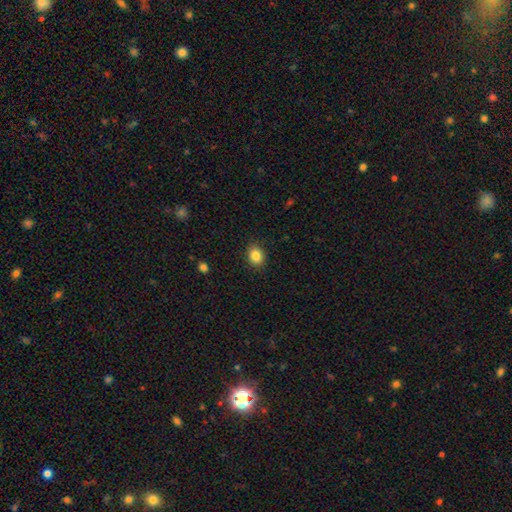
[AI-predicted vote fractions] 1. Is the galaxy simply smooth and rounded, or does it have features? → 85% smooth, 9% star or artifact, 6% featured or disk.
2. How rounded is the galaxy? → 52% in between, 47% round, 1% cigar-shaped.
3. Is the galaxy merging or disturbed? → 88% none, 9% minor disturbance, 2% major disturbance, 1% merger.